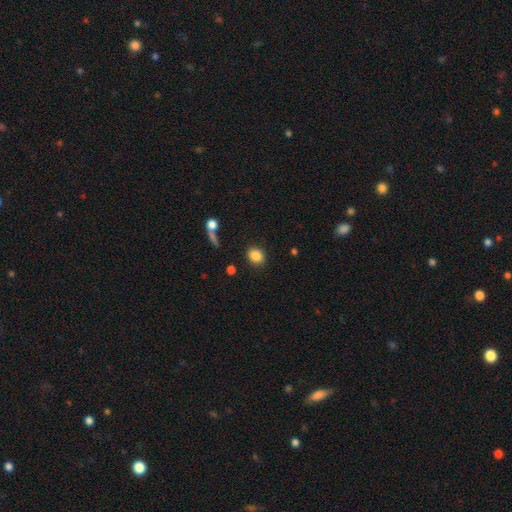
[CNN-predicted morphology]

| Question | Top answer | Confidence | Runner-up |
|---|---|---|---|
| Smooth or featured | smooth | 86% | star or artifact (9%) |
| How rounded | round | 60% | in between (38%) |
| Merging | none | 86% | minor disturbance (8%) |